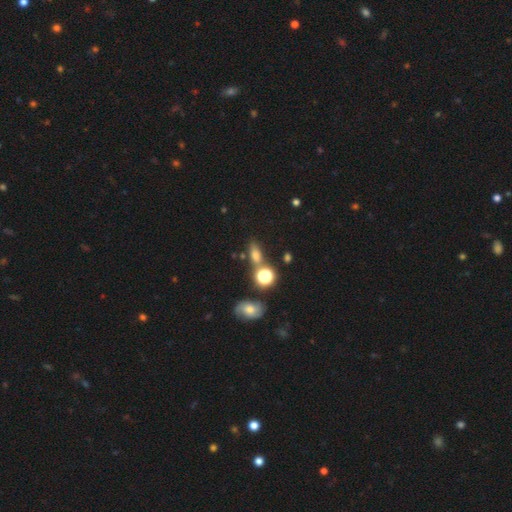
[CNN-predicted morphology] Smooth or featured? smooth (60%)
How rounded? in between (62%)
Merging? none (65%)